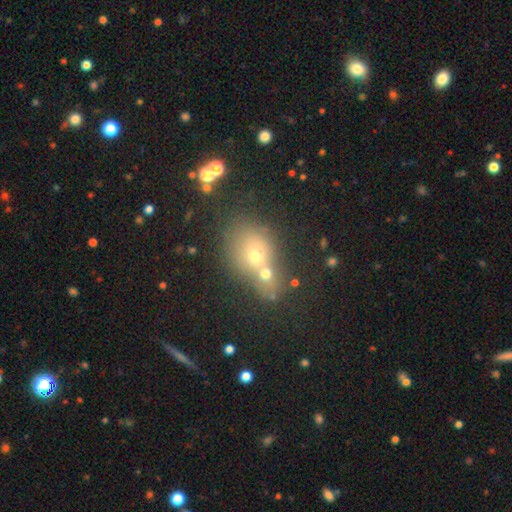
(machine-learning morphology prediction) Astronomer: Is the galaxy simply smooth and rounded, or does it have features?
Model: smooth — 54%.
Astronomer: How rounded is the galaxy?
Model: round — 56% (runner-up: in between, 42%).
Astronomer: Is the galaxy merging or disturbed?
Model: merger — 45% (runner-up: none, 40%).